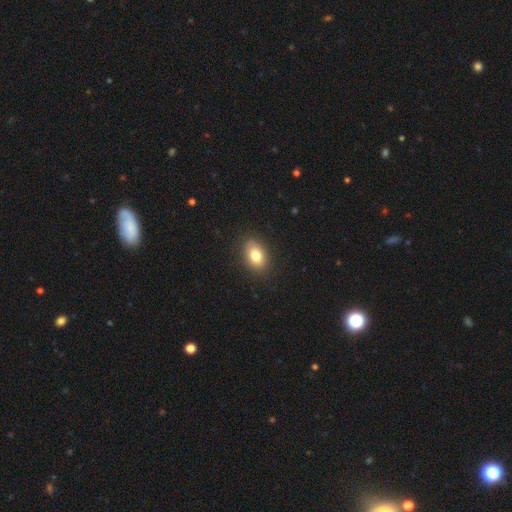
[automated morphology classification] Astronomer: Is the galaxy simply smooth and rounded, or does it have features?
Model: smooth — 79%.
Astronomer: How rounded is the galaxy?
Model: in between — 79%.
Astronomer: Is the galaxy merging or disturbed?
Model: none — 85%.